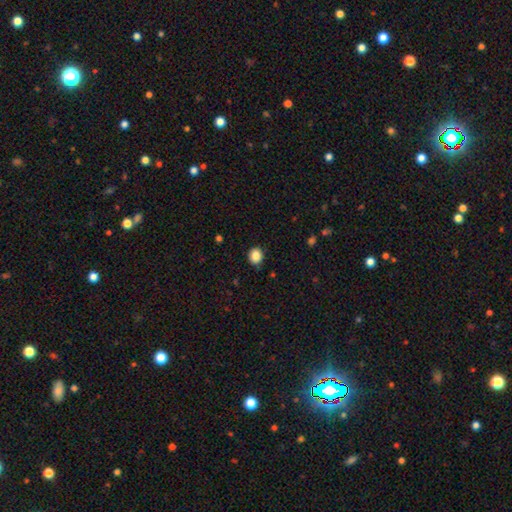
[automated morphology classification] A smooth galaxy with no disk features (86%) that is round (74%).

Vote fractions:
- Smooth or featured? smooth: 86% / star or artifact: 10% / featured or disk: 4%
- How rounded? round: 74% / in between: 26% / cigar-shaped: 1%
- Merging? none: 87% / minor disturbance: 10% / major disturbance: 2% / merger: 1%